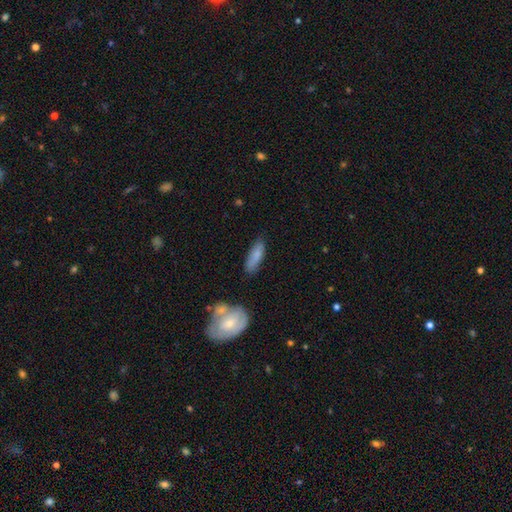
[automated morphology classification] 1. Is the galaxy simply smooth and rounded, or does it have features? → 78% smooth, 15% featured or disk, 6% star or artifact.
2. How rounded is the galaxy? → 49% cigar-shaped (tied), 49% in between (tied), 2% round.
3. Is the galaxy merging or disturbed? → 72% none, 18% minor disturbance, 6% merger, 4% major disturbance.